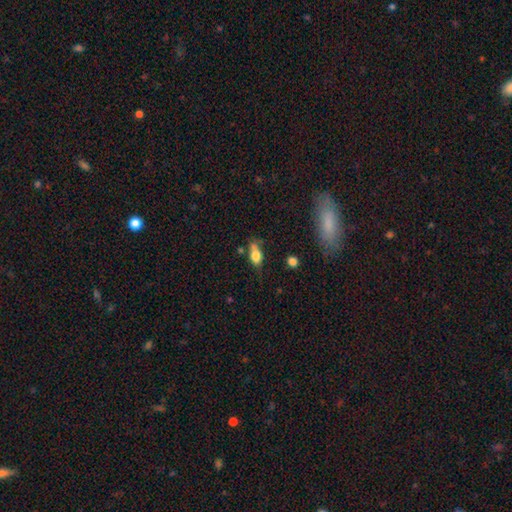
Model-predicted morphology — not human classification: Smooth or featured: smooth — 73% (featured or disk — 18%)
How rounded: in between — 78% (round — 13%)
Merging: none — 47% (minor disturbance — 29%)